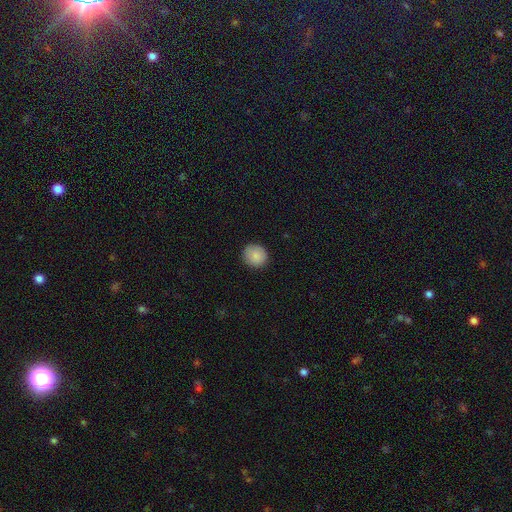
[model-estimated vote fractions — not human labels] smooth 87%, star or artifact 8%, featured or disk 5%. Down the decision tree: how rounded — round (90%); merging — none (89%).